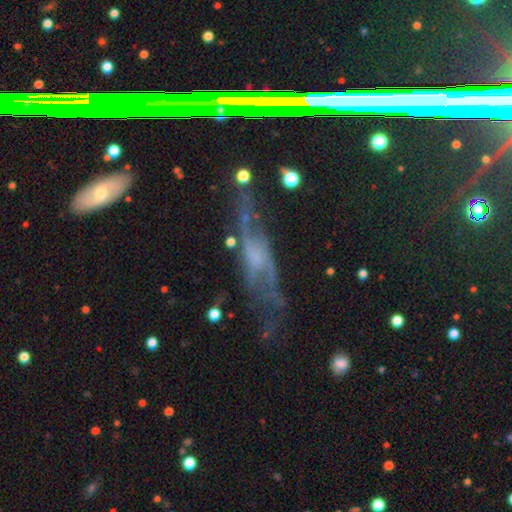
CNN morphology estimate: smooth-or-featured: featured or disk: 69% | smooth: 18% | star or artifact: 13%
  disk-edge-on: no: 59% | yes: 41%
  merging: none: 50% | minor disturbance: 23% | major disturbance: 22% | merger: 5%